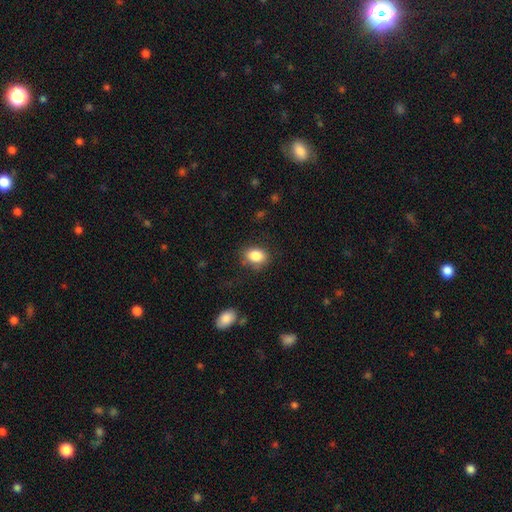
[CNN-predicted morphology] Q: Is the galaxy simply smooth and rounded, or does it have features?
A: smooth — 86%.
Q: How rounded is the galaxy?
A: in between — 71%.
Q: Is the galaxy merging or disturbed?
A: none — 79%.